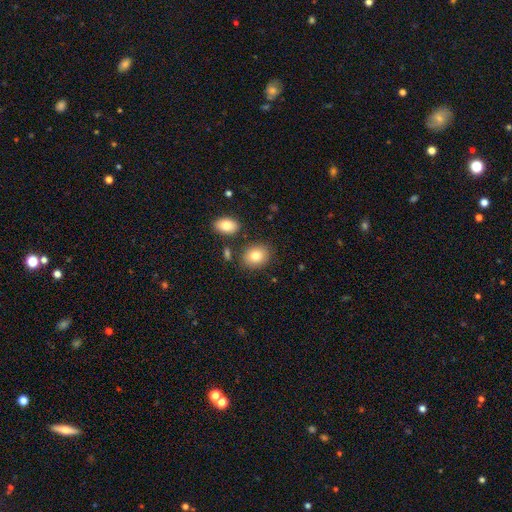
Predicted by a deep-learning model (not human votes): Smooth or featured: smooth — 81% (featured or disk — 10%)
How rounded: in between — 58% (round — 41%)
Merging: none — 81% (minor disturbance — 10%)